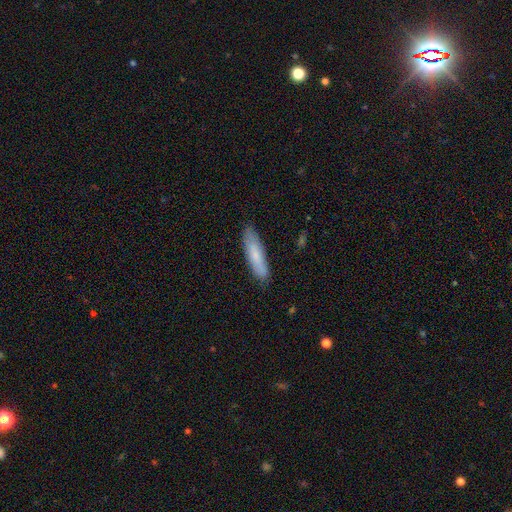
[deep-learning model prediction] Smooth or featured: smooth — 75% (featured or disk — 19%)
How rounded: cigar-shaped — 76% (in between — 23%)
Merging: none — 85% (minor disturbance — 12%)